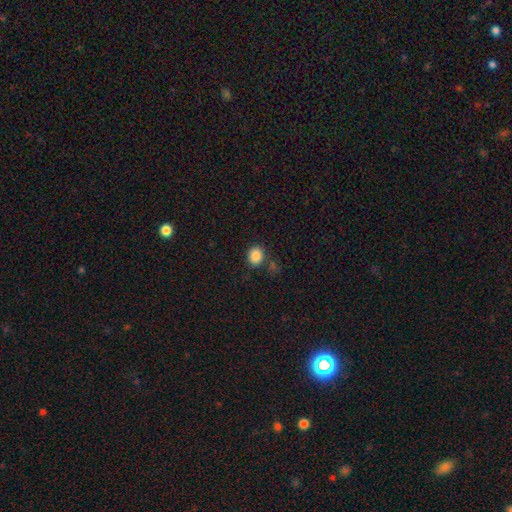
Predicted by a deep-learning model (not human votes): A smooth galaxy with no disk features (86%) that is round (66%). Merging: none (78%).